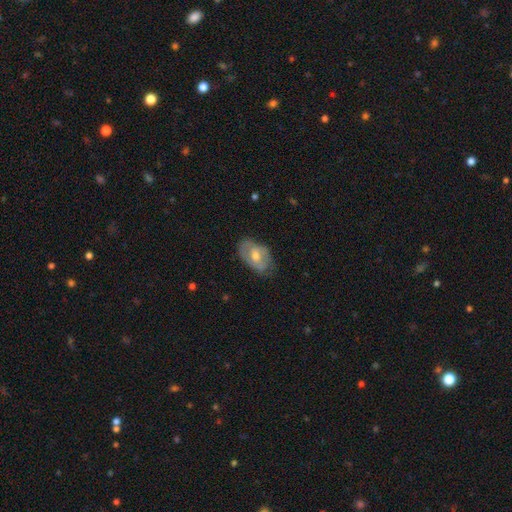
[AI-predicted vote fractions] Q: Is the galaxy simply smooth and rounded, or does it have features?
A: featured or disk — 52%.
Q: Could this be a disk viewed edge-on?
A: no — 92%.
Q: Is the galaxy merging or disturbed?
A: none — 70%.